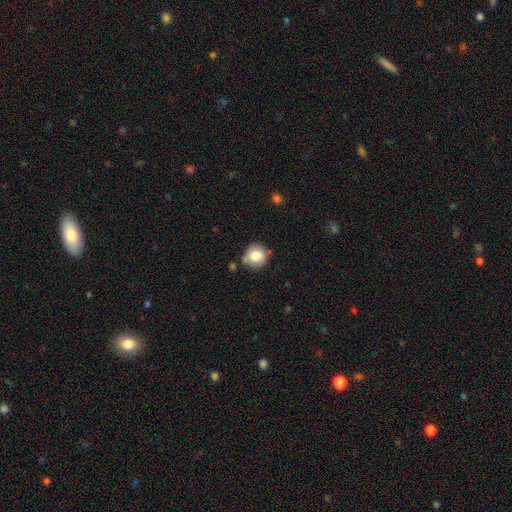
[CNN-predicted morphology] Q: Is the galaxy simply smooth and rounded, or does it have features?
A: smooth — 82%.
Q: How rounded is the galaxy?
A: round — 91%.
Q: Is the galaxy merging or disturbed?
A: none — 72%.